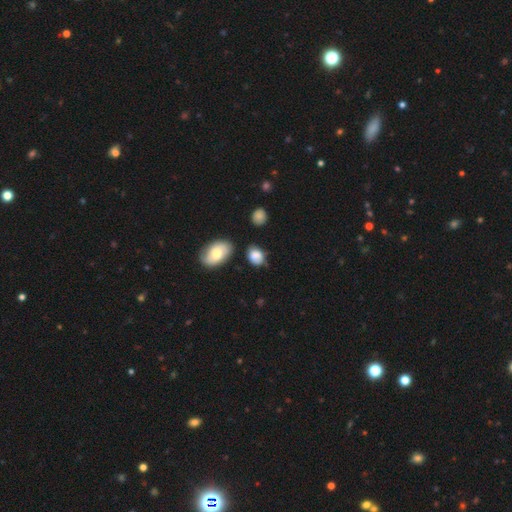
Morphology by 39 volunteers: Smooth or featured?
  - smooth: 85% *
  - featured or disk: 8%
  - star or artifact: 8%
How rounded?
  - in between: 67% *
  - round: 33%
  - cigar-shaped: 0%
Merging?
  - none: 61% *
  - minor disturbance: 36%
  - merger: 3%
  - major disturbance: 0%